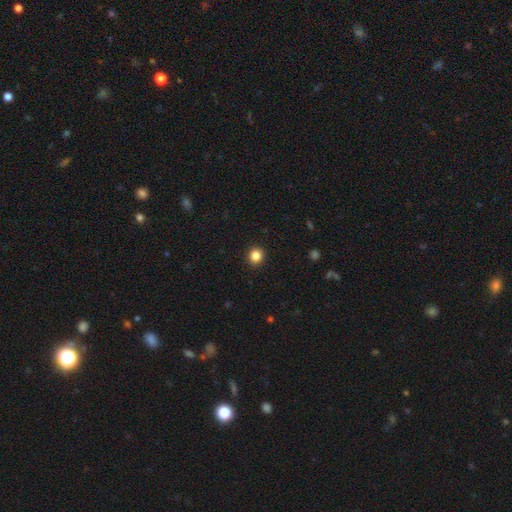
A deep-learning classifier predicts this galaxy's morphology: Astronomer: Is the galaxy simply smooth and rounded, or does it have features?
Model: smooth — 85%.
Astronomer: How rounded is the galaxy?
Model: round — 90%.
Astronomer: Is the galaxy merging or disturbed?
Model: none — 93%.